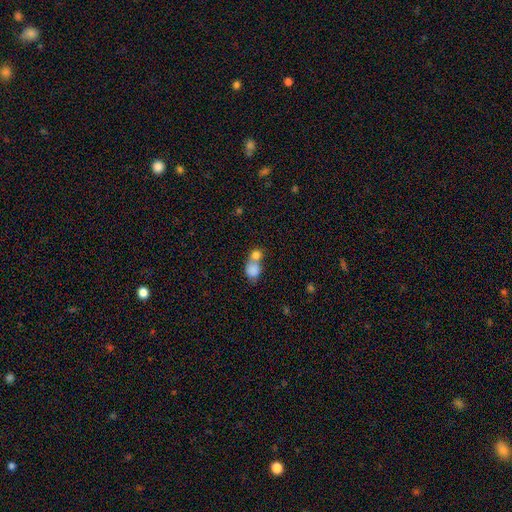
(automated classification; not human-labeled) The model was most divided on "how rounded": round: 63%, in between: 35%, cigar-shaped: 2%. More confident: smooth or featured — smooth (80%); merging — merger (65%).